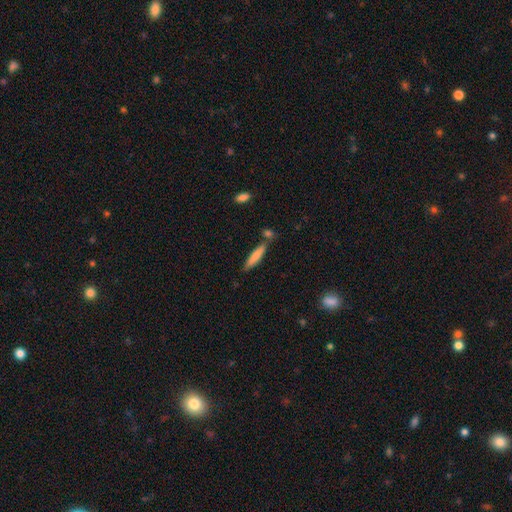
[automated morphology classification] type=smooth (74%); roundness=cigar-shaped (86%); merging=none (73%).